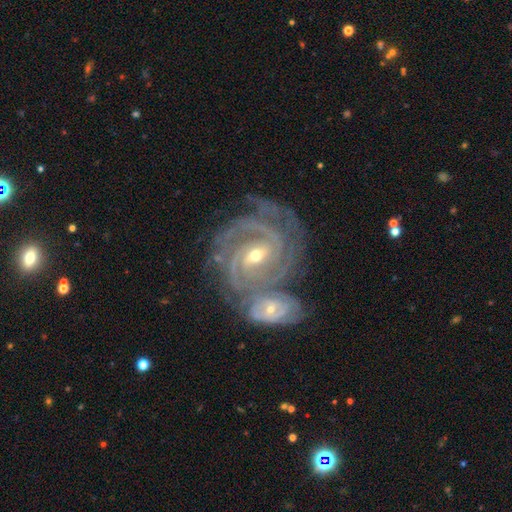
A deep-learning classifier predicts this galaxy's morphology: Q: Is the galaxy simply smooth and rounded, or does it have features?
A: featured or disk — 92%.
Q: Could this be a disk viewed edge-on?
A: no — 97%.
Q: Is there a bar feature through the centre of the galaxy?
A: weak — 44%.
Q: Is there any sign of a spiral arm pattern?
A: yes — 98%.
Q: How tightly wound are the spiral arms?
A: tight — 70%.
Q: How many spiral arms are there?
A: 3 — 32%.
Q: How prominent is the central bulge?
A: small — 59%.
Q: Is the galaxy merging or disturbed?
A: merger — 49%.